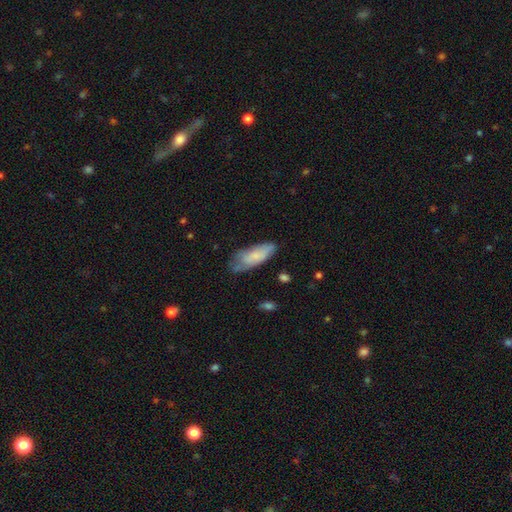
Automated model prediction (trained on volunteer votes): This is likely a smooth galaxy (71%). How rounded: likely in between (73%). Merging: possibly none (52%).